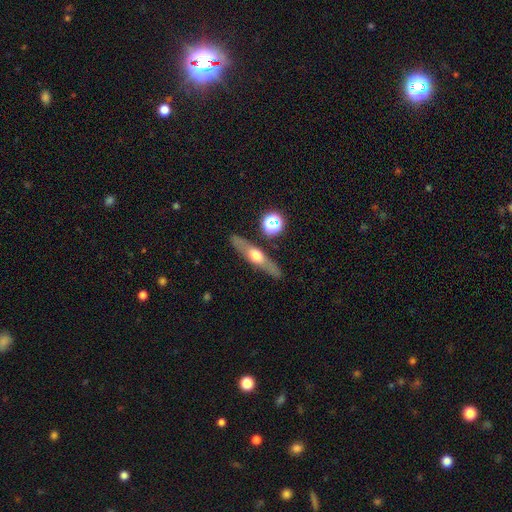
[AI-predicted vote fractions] This is likely a featured or disk galaxy (64%). It is clearly viewed edge-on (89%). Edge-on bulge: clearly rounded (92%). Merging: clearly none (85%).